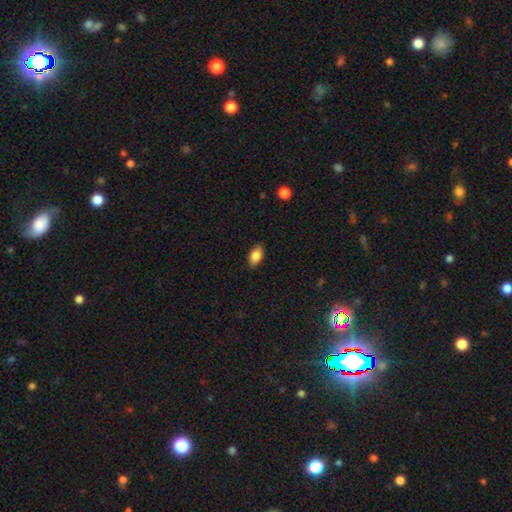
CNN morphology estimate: This appears to be a smooth galaxy with no disk features (84%) that is in between round and cigar-shaped (89%). Merging: none (85%).